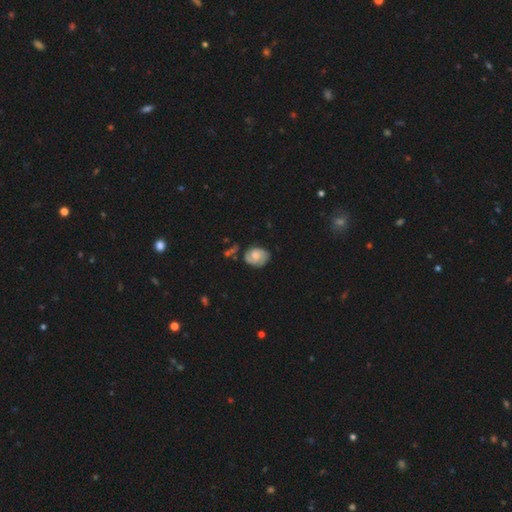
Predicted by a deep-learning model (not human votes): Smooth or featured?
  - featured or disk: 62% *
  - smooth: 31%
  - star or artifact: 7%
Edge-on disk?
  - no: 97% *
  - yes: 3%
Bar?
  - no: 67% *
  - weak: 28%
  - strong: 4%
Spiral arms?
  - yes: 89% *
  - no: 11%
Spiral winding?
  - tight: 53% *
  - medium: 36%
  - loose: 11%
Spiral arm count?
  - 2: 62% *
  - can't tell: 17%
  - 3: 10%
  - 1: 6%
  - 4: 2%
  - more than 4: 2%
Bulge size?
  - moderate: 48% *
  - small: 23%
  - large: 16%
  - none: 11%
  - dominant: 2%
Merging?
  - none: 67% *
  - minor disturbance: 22%
  - major disturbance: 7%
  - merger: 4%